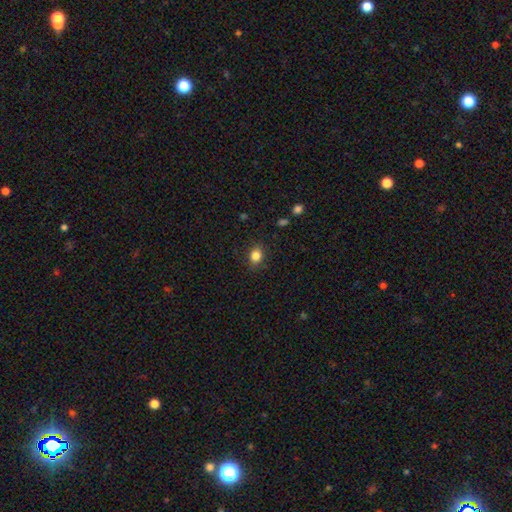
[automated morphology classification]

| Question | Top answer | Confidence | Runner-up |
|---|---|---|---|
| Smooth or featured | smooth | 84% | star or artifact (11%) |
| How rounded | round | 53% | in between (46%) |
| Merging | none | 87% | minor disturbance (10%) |